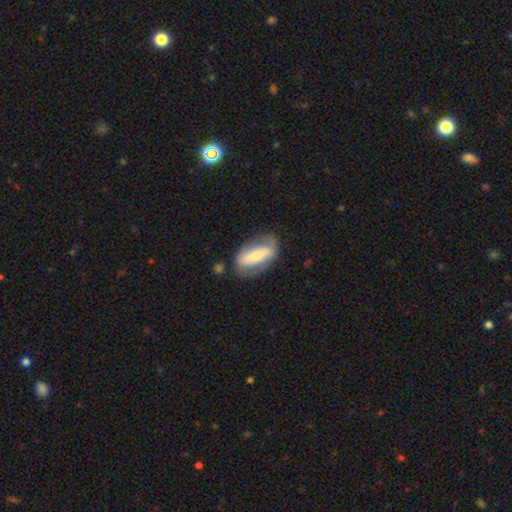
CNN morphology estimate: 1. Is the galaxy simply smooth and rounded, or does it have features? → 52% featured or disk, 42% smooth, 6% star or artifact.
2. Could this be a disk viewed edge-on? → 79% no, 21% yes.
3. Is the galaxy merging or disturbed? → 65% none, 21% minor disturbance, 11% major disturbance, 4% merger.